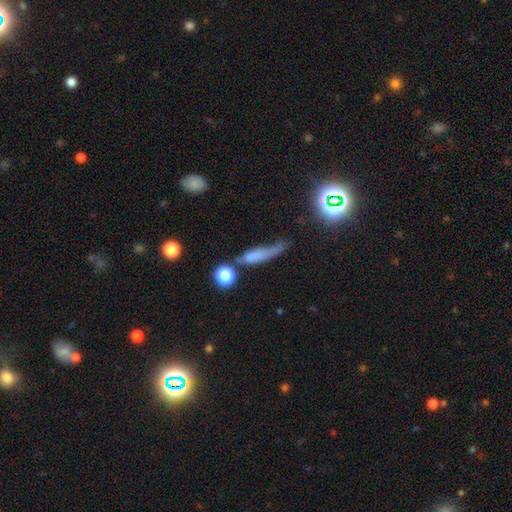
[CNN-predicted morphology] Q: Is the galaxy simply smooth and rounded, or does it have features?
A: smooth — 60%.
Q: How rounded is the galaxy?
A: cigar-shaped — 62%.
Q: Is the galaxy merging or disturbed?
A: none — 33%.